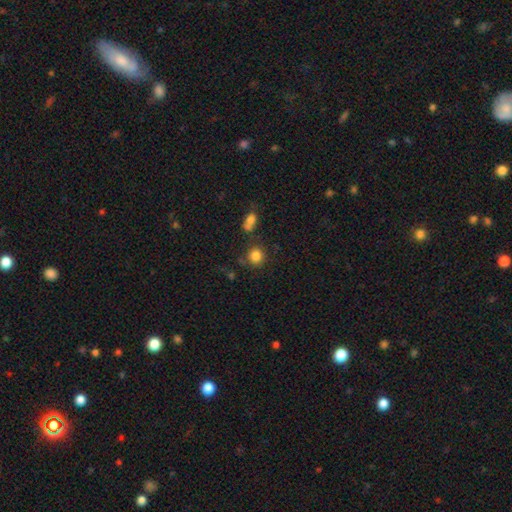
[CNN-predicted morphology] Smooth or featured? smooth (83%)
How rounded? round (86%)
Merging? none (74%)